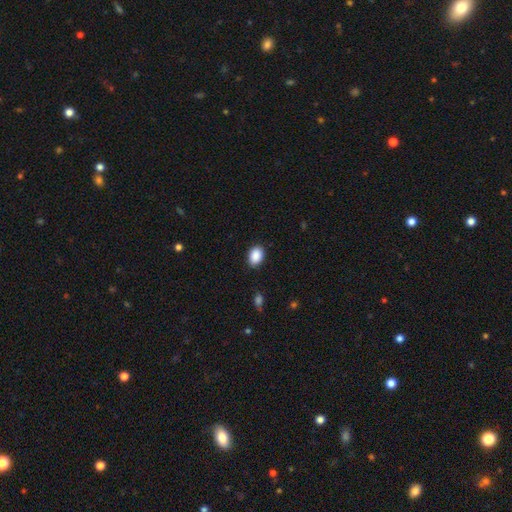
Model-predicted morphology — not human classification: Smooth or featured? smooth (90%)
How rounded? in between (78%)
Merging? none (87%)